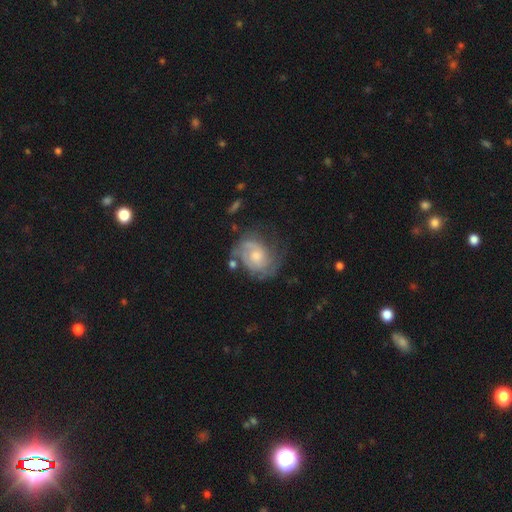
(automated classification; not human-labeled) The model was most divided on "spiral winding": tight: 48%, medium: 37%, loose: 14%. Remaining: edge-on disk — no (98%); spiral arms — yes (89%); smooth or featured — featured or disk (74%); bar — no (69%); merging — none (57%); bulge size — moderate (52%); spiral arm count — 2 (45%).